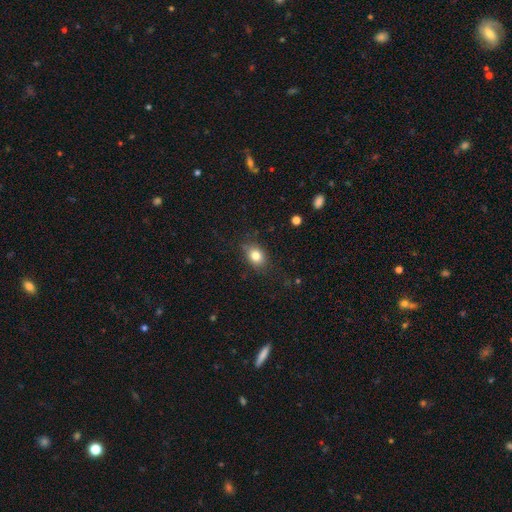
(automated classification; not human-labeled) The model was most divided on "how rounded": in between: 60%, round: 39%, cigar-shaped: 1%. More confident: smooth or featured — smooth (81%); merging — none (79%).